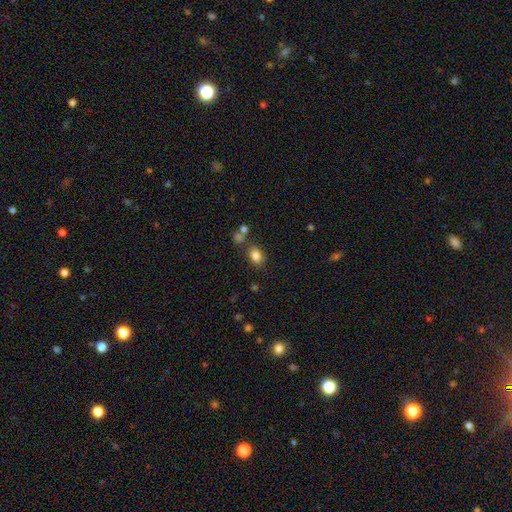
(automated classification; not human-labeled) A smooth galaxy with no disk features (82%) that is in between round and cigar-shaped (68%). Merging: none (74%).